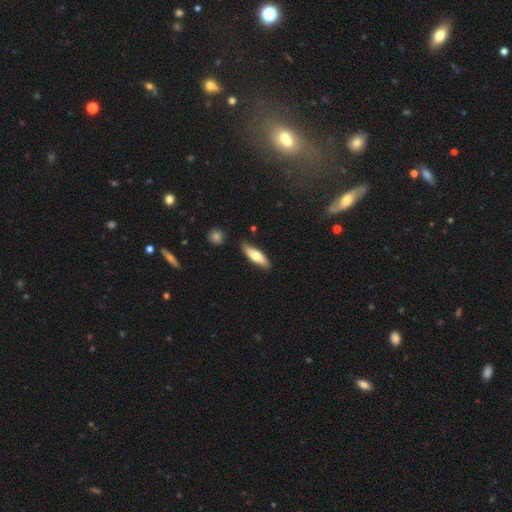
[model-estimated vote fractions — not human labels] smooth-or-featured: smooth: 62% | featured or disk: 33% | star or artifact: 5%
  how-rounded: cigar-shaped: 52% | in between: 45% | round: 2%
  merging: none: 84% | minor disturbance: 12% | merger: 2% | major disturbance: 2%